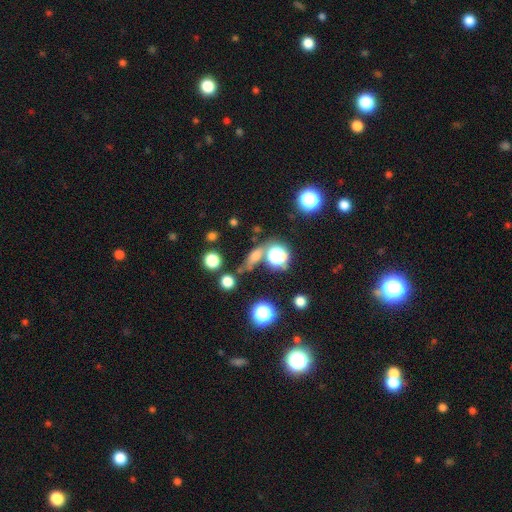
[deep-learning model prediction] smooth-or-featured: smooth: 53% | star or artifact: 28% | featured or disk: 19%
  how-rounded: in between: 35% | round: 33% | cigar-shaped: 32%
  merging: none: 62% | merger: 15% | minor disturbance: 15% | major disturbance: 8%